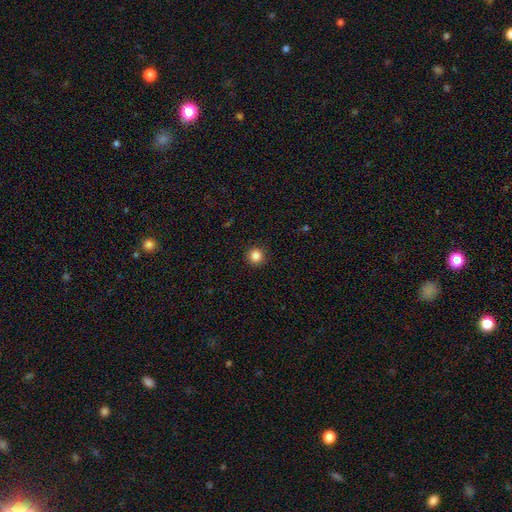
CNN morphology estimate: A smooth galaxy with no disk features (85%) that is round (95%).

Vote fractions:
- Smooth or featured? smooth: 85% / star or artifact: 11% / featured or disk: 4%
- How rounded? round: 95% / in between: 4% / cigar-shaped: 1%
- Merging? none: 92% / minor disturbance: 5% / major disturbance: 2% / merger: 1%